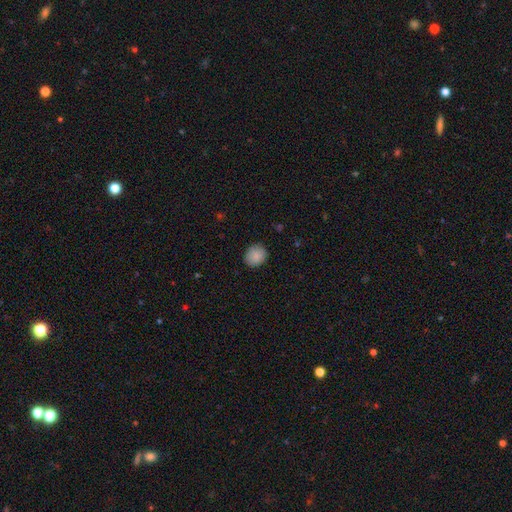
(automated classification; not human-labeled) A smooth galaxy with no disk features (88%) that is round (72%). Merging: none (86%).